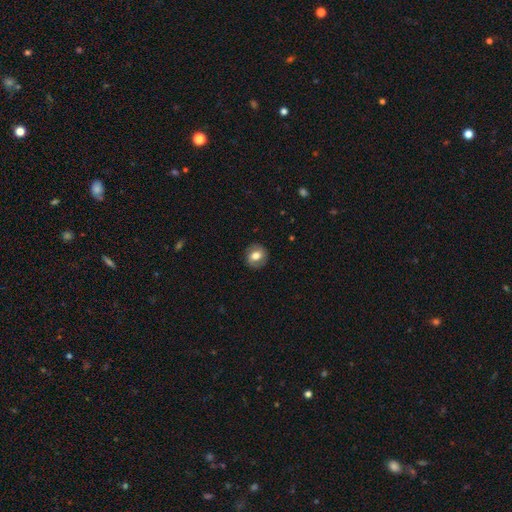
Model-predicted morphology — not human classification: type=smooth (68%); roundness=round (79%); merging=none (87%).